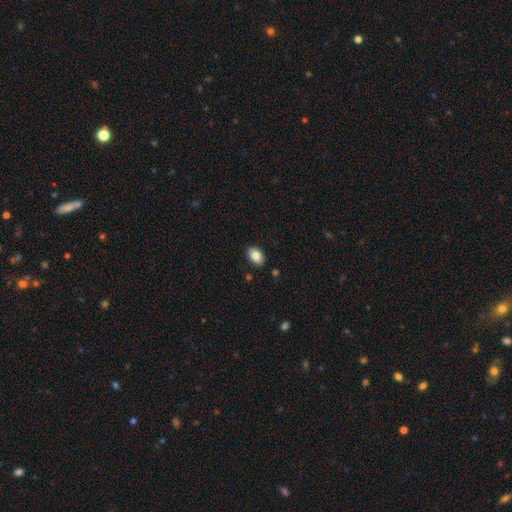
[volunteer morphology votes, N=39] Smooth or featured? 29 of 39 (74%) said smooth. How rounded? 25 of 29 (86%) said in between. Merging? 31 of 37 (84%) said none.